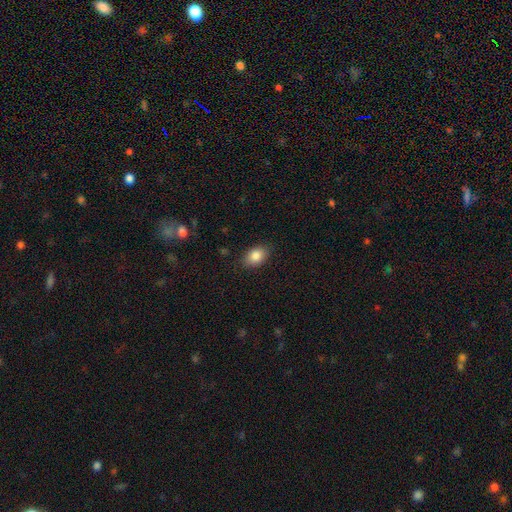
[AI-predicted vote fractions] This is clearly a smooth galaxy (85%). How rounded: clearly in between (83%). Merging: clearly none (85%).